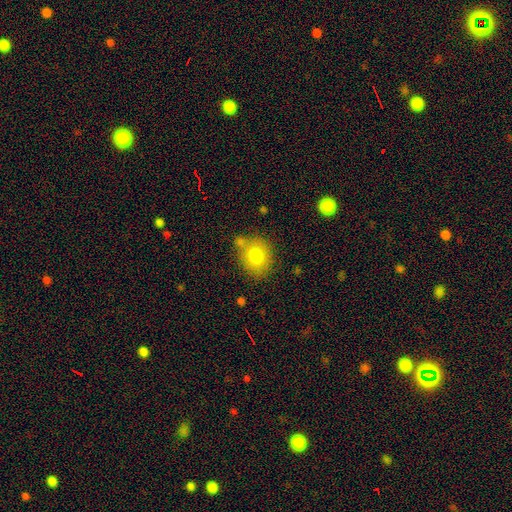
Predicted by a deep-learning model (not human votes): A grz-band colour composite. It shows a smooth galaxy with no disk features (78%) that is round (67%). Merging: none (67%).